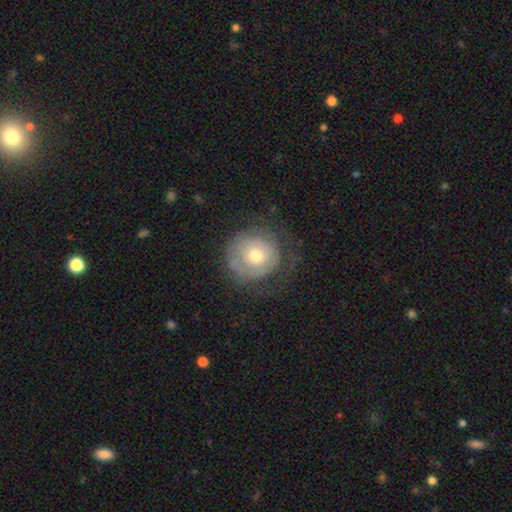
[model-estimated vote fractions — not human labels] Smooth or featured? featured or disk (49%)
Merging? none (58%)